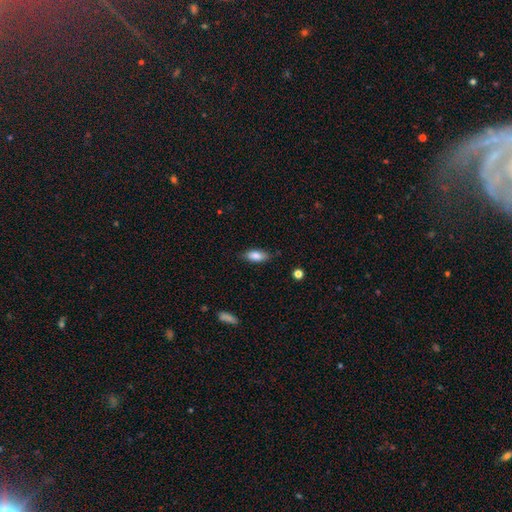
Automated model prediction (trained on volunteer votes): Smooth or featured? Predicted: smooth (p=0.84). How rounded? Predicted: in between (p=0.86). Merging? Predicted: none (p=0.81).